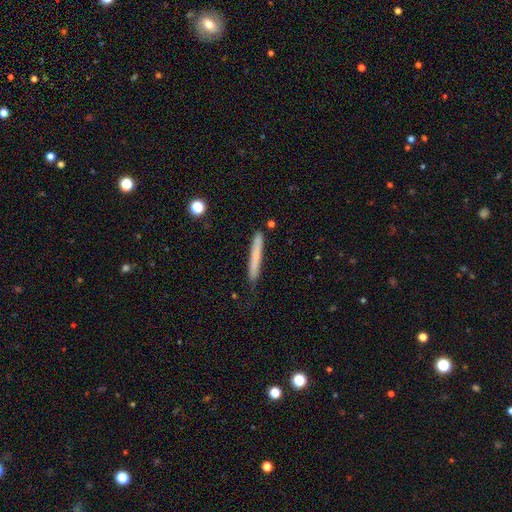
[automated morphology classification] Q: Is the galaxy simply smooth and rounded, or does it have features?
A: smooth — 70%.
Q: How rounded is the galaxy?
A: cigar-shaped — 97%.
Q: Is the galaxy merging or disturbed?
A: none — 80%.